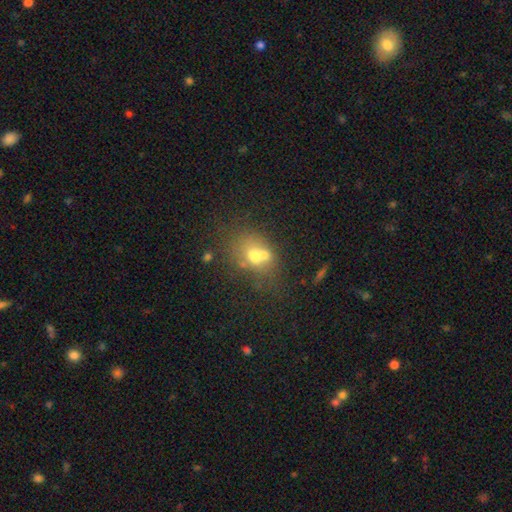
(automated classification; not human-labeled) Smooth or featured? Predicted: smooth (p=0.58). How rounded? Predicted: round (p=0.54). Merging? Predicted: merger (p=0.54).